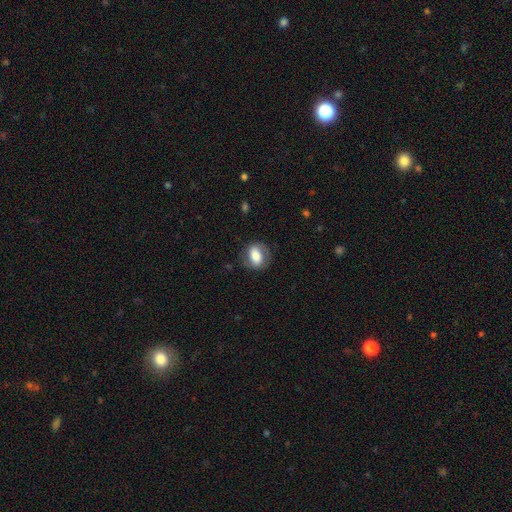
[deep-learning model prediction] Q: Smooth or featured?
A: smooth (60%); runner-up: featured or disk (32%)
Q: How rounded?
A: in between (68%); runner-up: round (30%)
Q: Merging?
A: none (75%); runner-up: minor disturbance (17%)